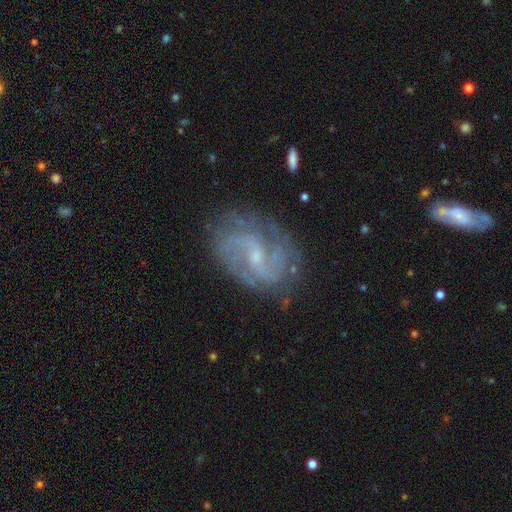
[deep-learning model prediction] This is clearly a featured or disk galaxy (85%). It is clearly not viewed edge-on (97%). Bar: possibly weak (56%). Spiral arm pattern: clearly yes (95%). Spiral arm count: likely 2 (74%). Spiral winding: possibly medium (49%). Central bulge: likely small (67%). Merging: likely none (75%).